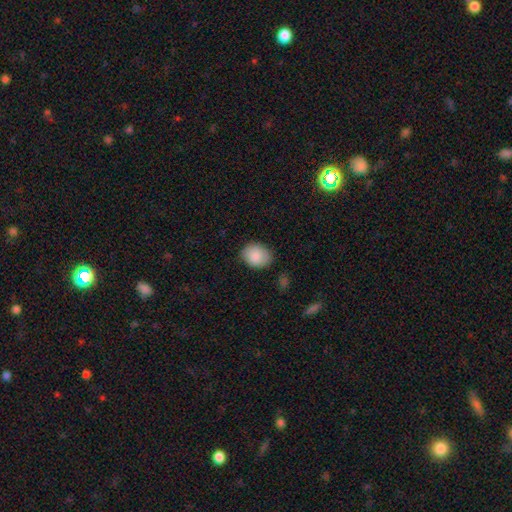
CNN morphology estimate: Smooth or featured? smooth (88%)
How rounded? in between (53%)
Merging? none (80%)